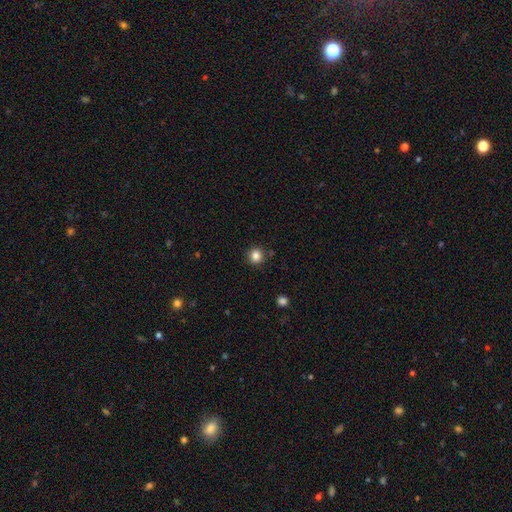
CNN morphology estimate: smooth 84%, star or artifact 12%, featured or disk 5%. Down the decision tree: how rounded — round (93%); merging — none (89%).